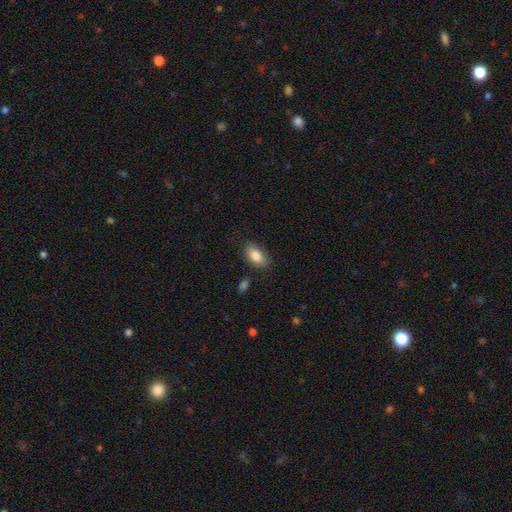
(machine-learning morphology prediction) This is clearly a smooth galaxy (86%). How rounded: clearly in between (92%). Merging: clearly none (81%).